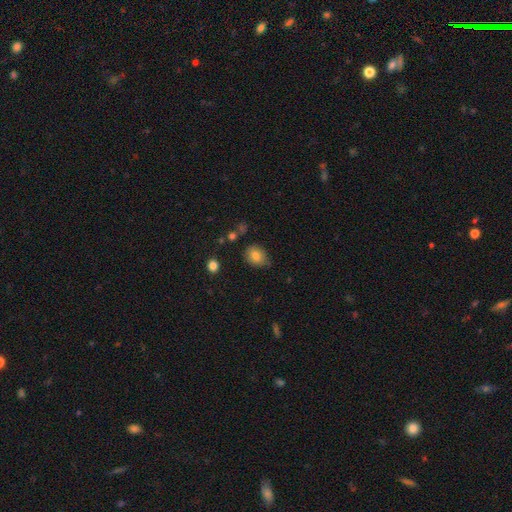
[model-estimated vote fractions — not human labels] A smooth galaxy with no disk features (80%) that is in between round and cigar-shaped (51%). Merging: none (70%).